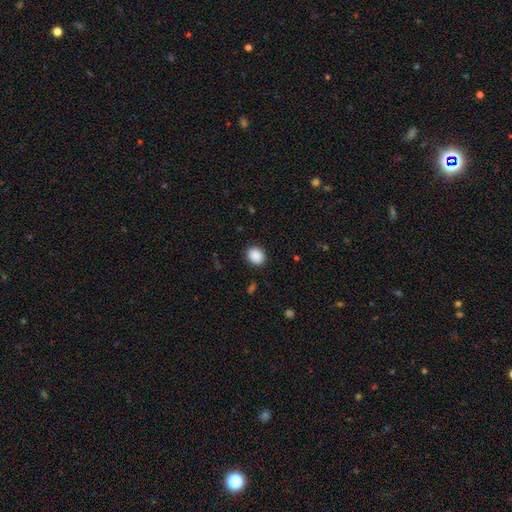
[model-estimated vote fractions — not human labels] Q: Smooth or featured?
A: smooth (89%); runner-up: star or artifact (8%)
Q: How rounded?
A: round (61%); runner-up: in between (38%)
Q: Merging?
A: none (88%); runner-up: minor disturbance (8%)